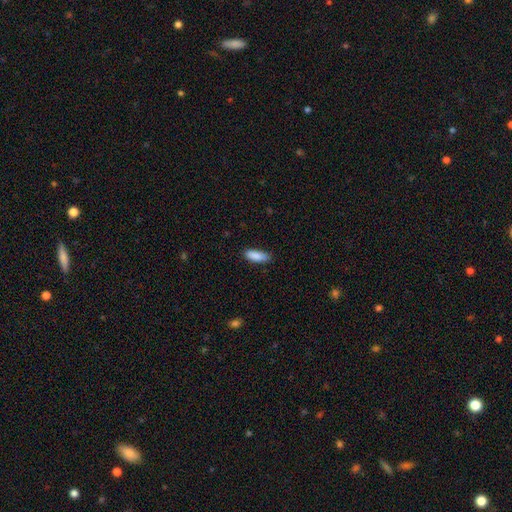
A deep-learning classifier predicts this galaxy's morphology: Overall: smooth (89%). How rounded: in between (67%; cigar-shaped 31%). Merging: none (79%).